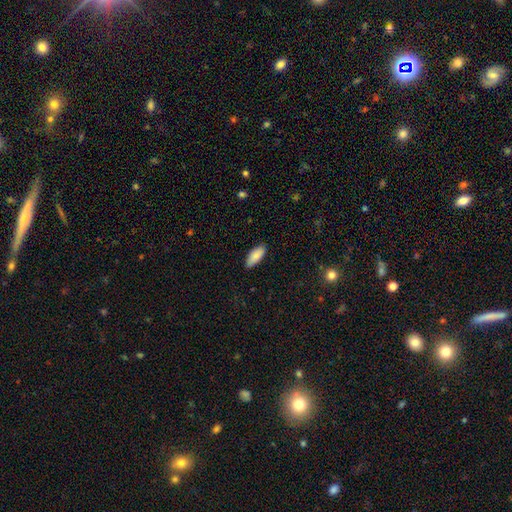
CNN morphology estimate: A smooth galaxy with no disk features (87%) that is in between round and cigar-shaped (85%). Merging: none (85%).